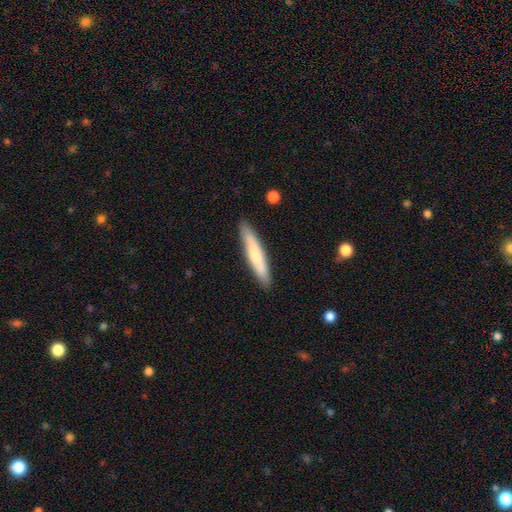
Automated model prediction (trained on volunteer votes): This appears to be a smooth galaxy with no disk features (66%) that is cigar-shaped (92%). Merging: none (88%).